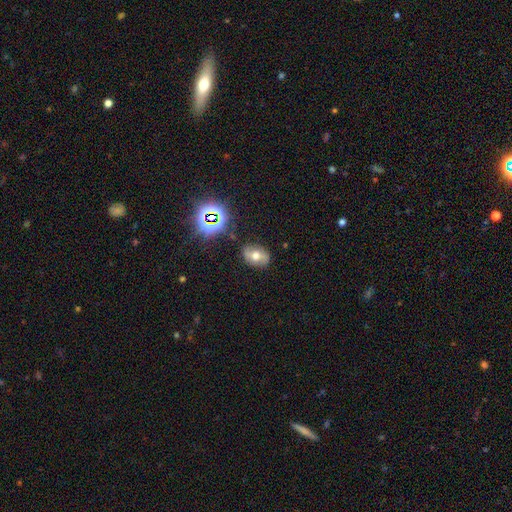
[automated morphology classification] A smooth galaxy with no disk features (41%, tied with featured or disk). Merging: none (79%).